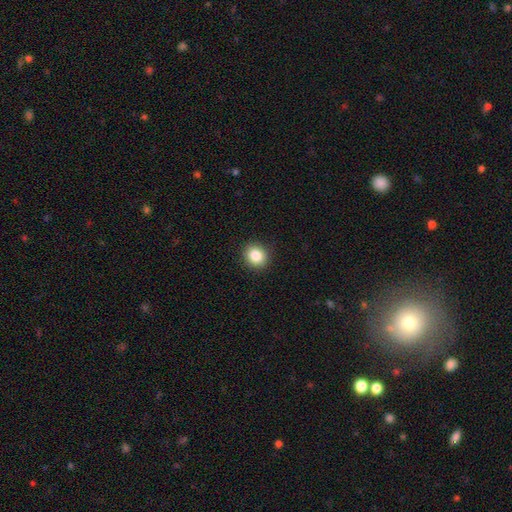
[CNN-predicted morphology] Smooth or featured? Predicted: smooth (p=0.85). How rounded? Predicted: round (p=0.78). Merging? Predicted: none (p=0.91).